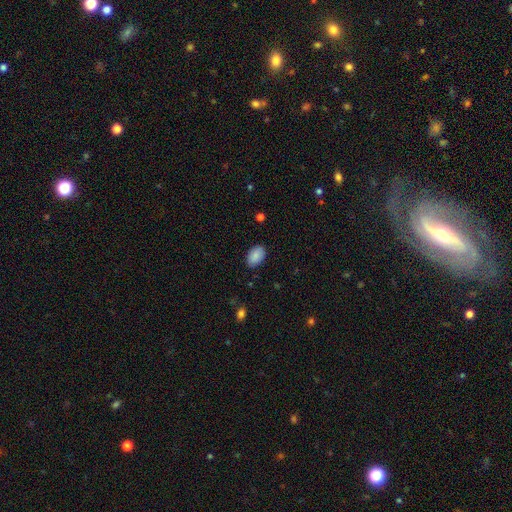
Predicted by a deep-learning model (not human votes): A smooth galaxy with no disk features (88%) that is in between round and cigar-shaped (91%). Merging: none (87%).